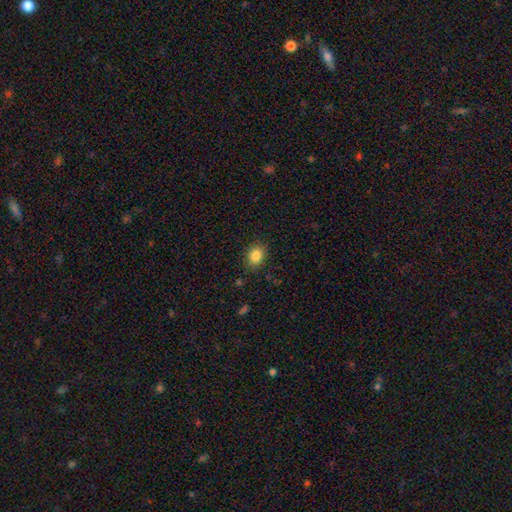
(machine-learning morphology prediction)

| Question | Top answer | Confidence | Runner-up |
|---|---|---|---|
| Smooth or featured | smooth | 85% | star or artifact (10%) |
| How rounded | in between | 53% | round (46%) |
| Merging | none | 86% | minor disturbance (10%) |